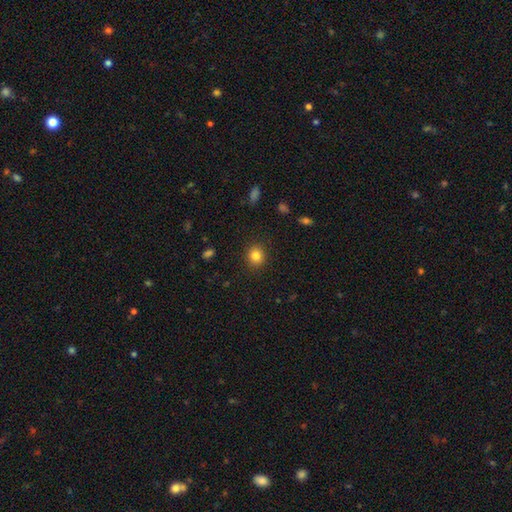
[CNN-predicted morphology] smooth 82%, star or artifact 11%, featured or disk 6%. Down the decision tree: how rounded — round (82%); merging — none (90%).